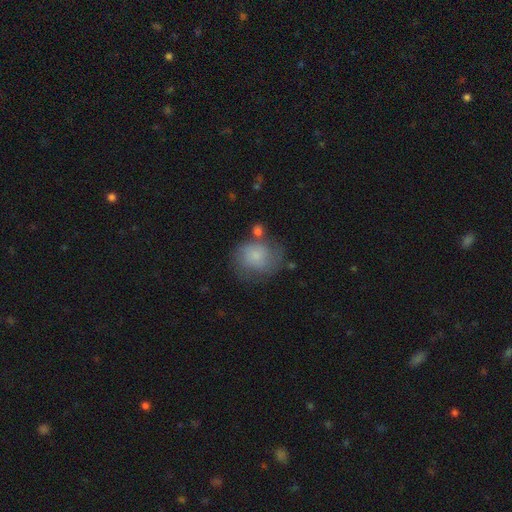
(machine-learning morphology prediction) A smooth galaxy with no disk features (65%) that is round (72%).

Vote fractions:
- Smooth or featured? smooth: 65% / featured or disk: 27% / star or artifact: 8%
- How rounded? round: 72% / in between: 27% / cigar-shaped: 1%
- Merging? none: 52% / minor disturbance: 25% / major disturbance: 13% / merger: 10%